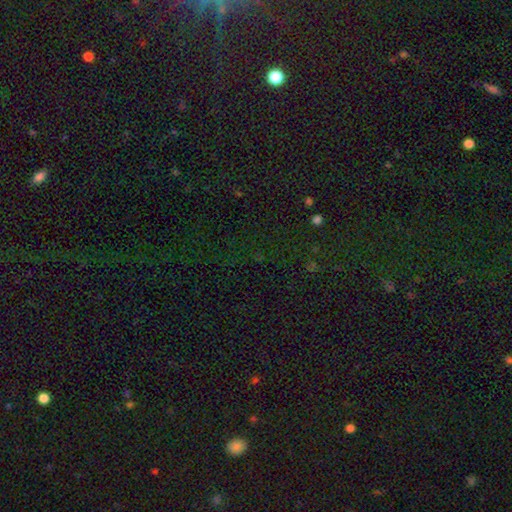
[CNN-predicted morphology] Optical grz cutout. It shows a star or artifact, not a galaxy (78%).